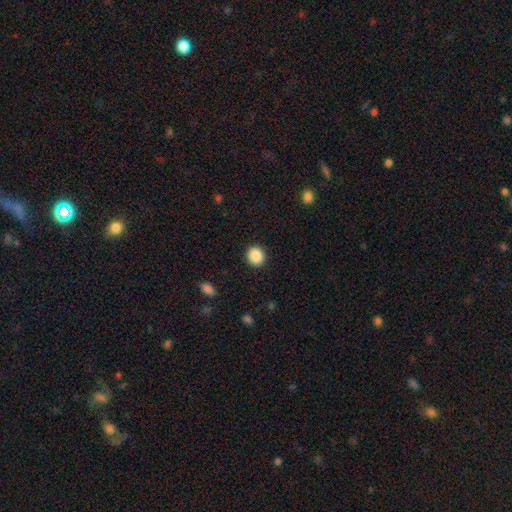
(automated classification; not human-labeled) Morphology: type=smooth (89%); roundness=round (84%); merging=none (91%).